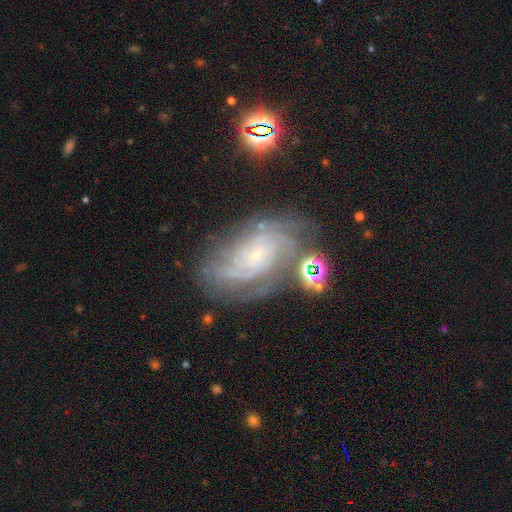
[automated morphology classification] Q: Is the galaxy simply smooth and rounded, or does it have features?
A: featured or disk — 82%.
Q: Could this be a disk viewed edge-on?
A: no — 96%.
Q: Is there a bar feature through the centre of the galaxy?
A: no — 72%.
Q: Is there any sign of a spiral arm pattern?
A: yes — 96%.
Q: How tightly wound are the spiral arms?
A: tight — 66%.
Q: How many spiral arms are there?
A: can't tell — 31%.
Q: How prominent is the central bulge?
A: small — 82%.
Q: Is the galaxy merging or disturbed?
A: none — 65%.